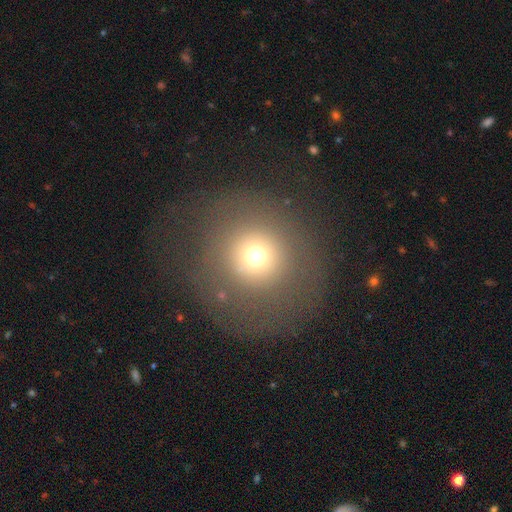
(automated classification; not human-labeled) Smooth or featured? Predicted: smooth (p=0.66). How rounded? Predicted: round (p=0.93). Merging? Predicted: none (p=0.75).